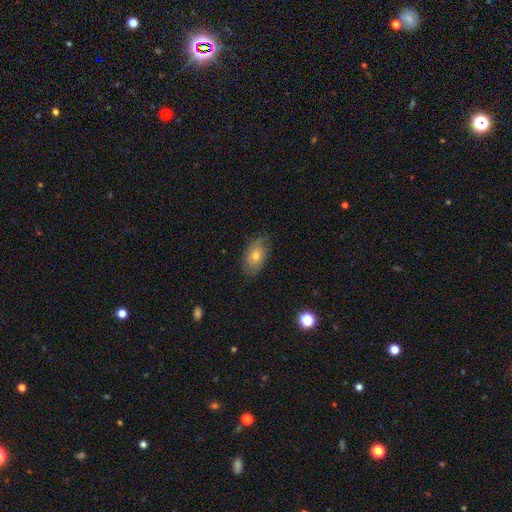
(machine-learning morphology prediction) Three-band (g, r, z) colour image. It shows a smooth galaxy with no disk features (59%) that is in between round and cigar-shaped (89%). Merging: none (76%).